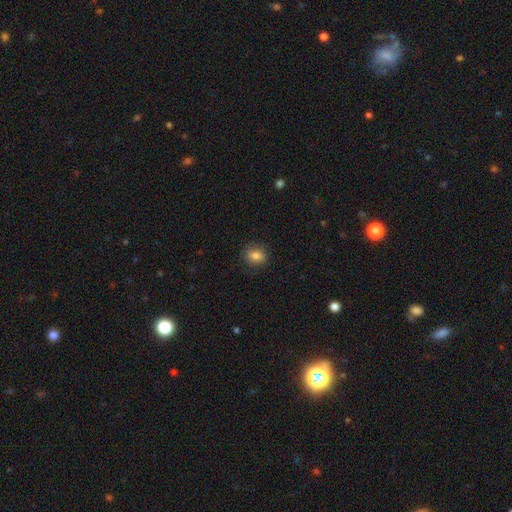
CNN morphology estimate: type=smooth (82%); roundness=round (65%); merging=none (86%).